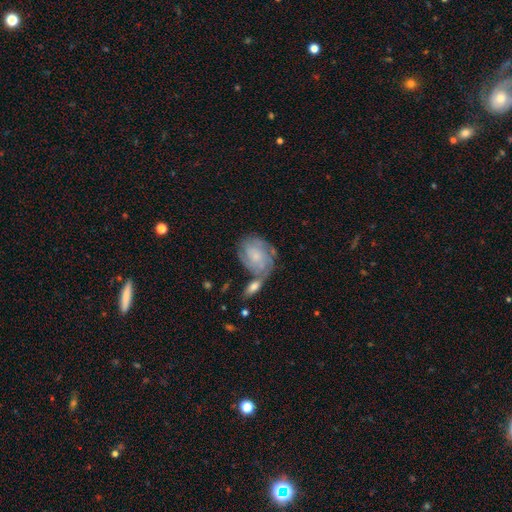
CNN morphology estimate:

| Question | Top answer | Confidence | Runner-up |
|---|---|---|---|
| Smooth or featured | featured or disk | 66% | smooth (27%) |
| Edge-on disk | no | 97% | yes (3%) |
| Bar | no | 73% | weak (23%) |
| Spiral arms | yes | 89% | no (11%) |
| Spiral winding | tight | 60% | medium (30%) |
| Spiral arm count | can't tell | 37% | 3 (22%) |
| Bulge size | small | 63% | moderate (22%) |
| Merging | none | 49% | merger (22%) |